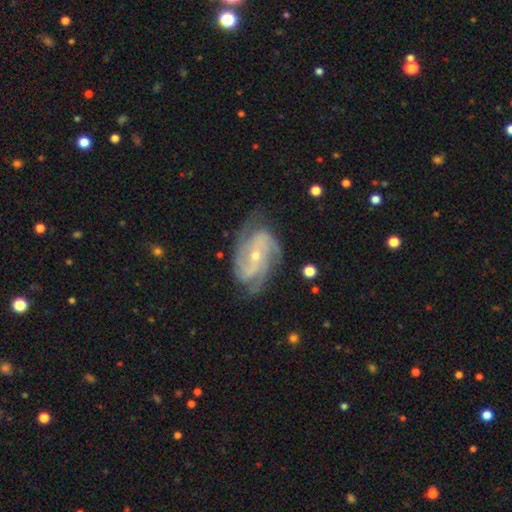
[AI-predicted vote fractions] Smooth or featured? featured or disk (90%)
Edge-on disk? no (97%)
Bar? no (41%)
Spiral arms? yes (98%)
Spiral winding? medium (45%)
Spiral arm count? 3 (38%)
Bulge size? small (65%)
Merging? none (73%)